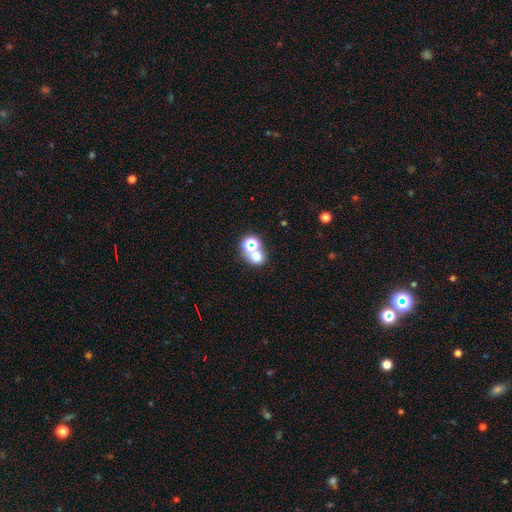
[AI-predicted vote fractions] A smooth galaxy with no disk features (59%) that is round (71%). Merging: none (53%).